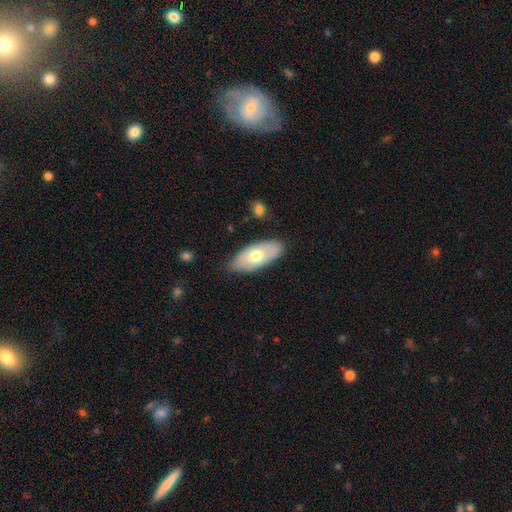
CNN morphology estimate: smooth_or_featured: smooth (p=0.62) [alt: featured or disk p=0.33]
how_rounded: in between (p=0.89) [alt: cigar-shaped p=0.09]
merging: none (p=0.79) [alt: minor disturbance p=0.16]